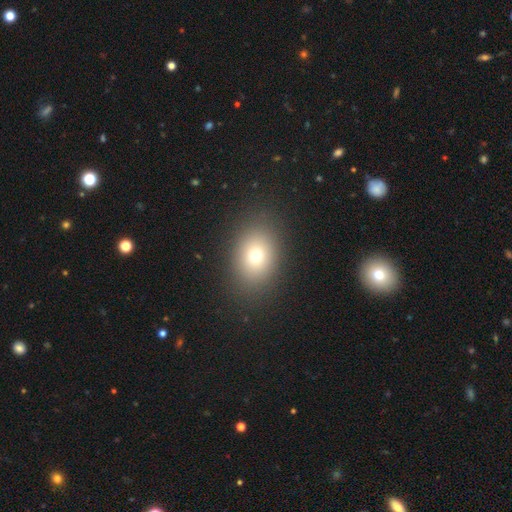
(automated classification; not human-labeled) Smooth or featured: smooth — 72% (star or artifact — 15%)
How rounded: in between — 63% (round — 36%)
Merging: none — 88% (minor disturbance — 8%)